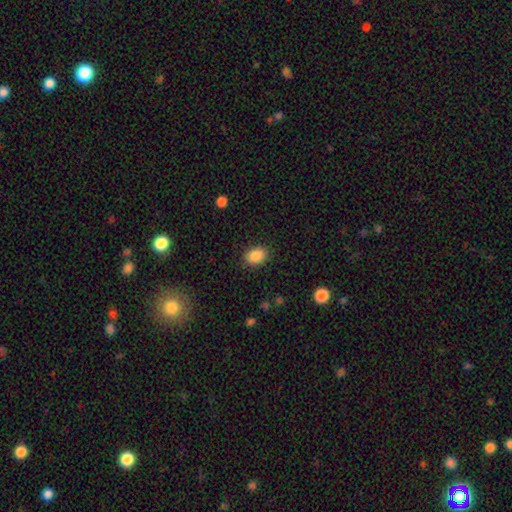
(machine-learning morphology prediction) This appears to be a smooth galaxy with no disk features (88%) that is in between round and cigar-shaped (73%). Merging: none (87%).